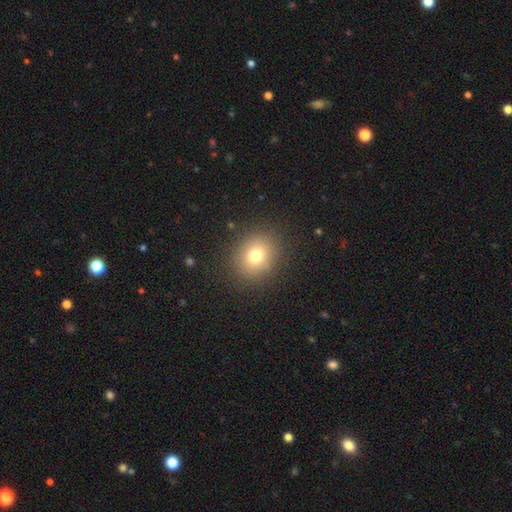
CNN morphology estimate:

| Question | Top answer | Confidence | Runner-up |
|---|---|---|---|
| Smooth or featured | smooth | 75% | star or artifact (14%) |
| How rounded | round | 69% | in between (30%) |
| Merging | none | 87% | minor disturbance (8%) |